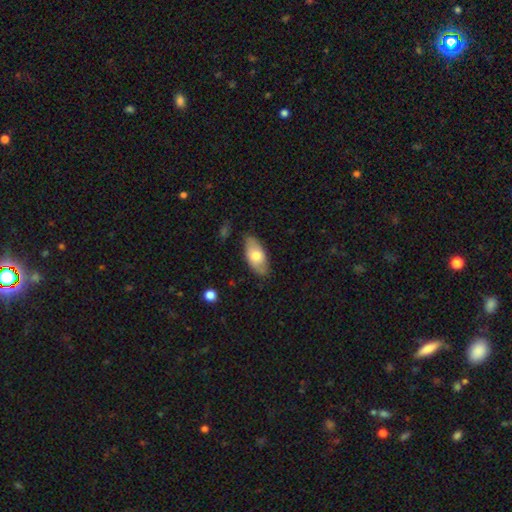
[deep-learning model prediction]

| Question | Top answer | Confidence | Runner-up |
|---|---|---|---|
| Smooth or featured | smooth | 70% | featured or disk (25%) |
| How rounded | in between | 91% | cigar-shaped (7%) |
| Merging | none | 80% | minor disturbance (15%) |